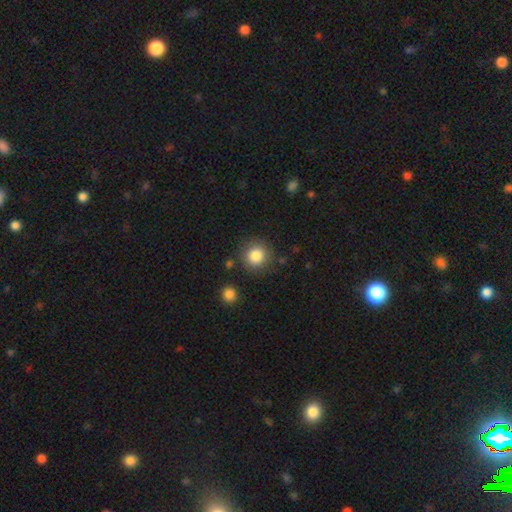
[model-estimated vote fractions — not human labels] smooth-or-featured: smooth: 85% | star or artifact: 10% | featured or disk: 6%
  how-rounded: round: 91% | in between: 8% | cigar-shaped: 1%
  merging: none: 83% | minor disturbance: 9% | merger: 4% | major disturbance: 4%